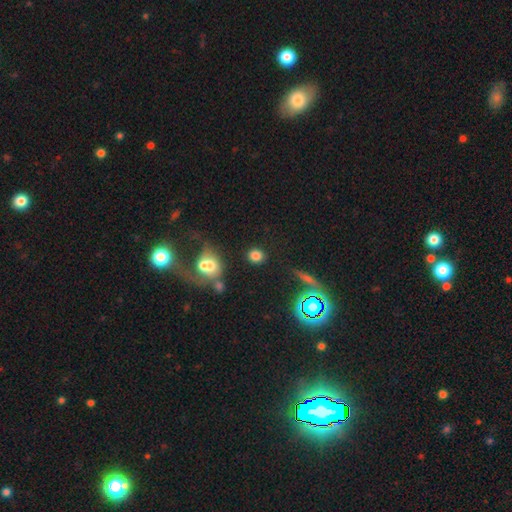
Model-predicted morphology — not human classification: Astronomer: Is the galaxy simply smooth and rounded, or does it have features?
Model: smooth — 79%.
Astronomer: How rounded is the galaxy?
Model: round — 73%.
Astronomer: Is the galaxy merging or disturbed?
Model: none — 77%.